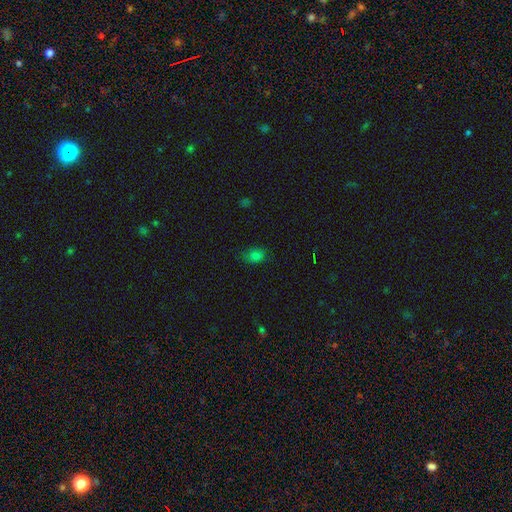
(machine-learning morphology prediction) A smooth galaxy with no disk features (77%) that is in between round and cigar-shaped (70%). Merging: none (71%).